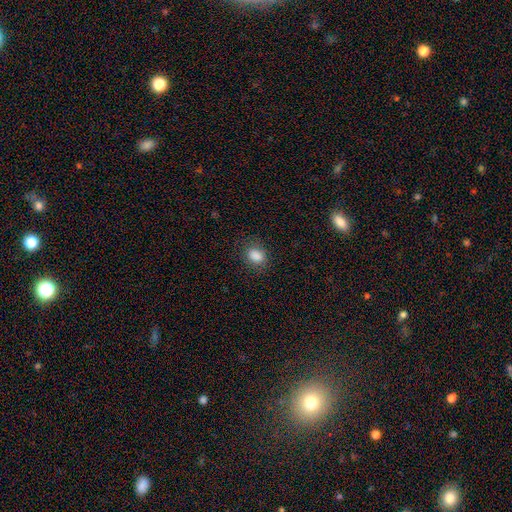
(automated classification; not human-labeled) A smooth galaxy with no disk features (86%) that is in between round and cigar-shaped (62%). Merging: none (80%).